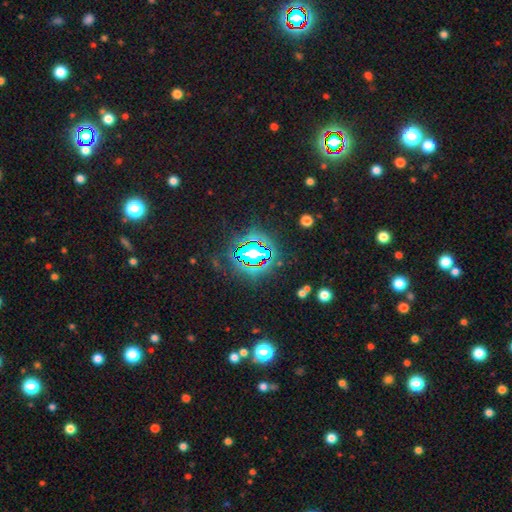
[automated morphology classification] Smooth or featured?
  - star or artifact: 70% *
  - smooth: 18%
  - featured or disk: 12%